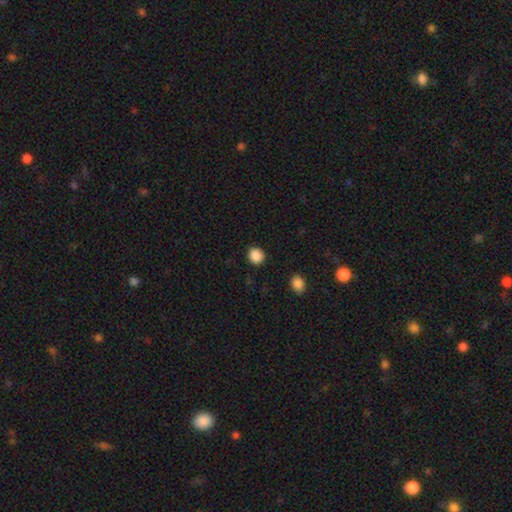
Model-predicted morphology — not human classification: smooth 88%, star or artifact 9%, featured or disk 2%. Down the decision tree: how rounded — round (82%); merging — none (90%).